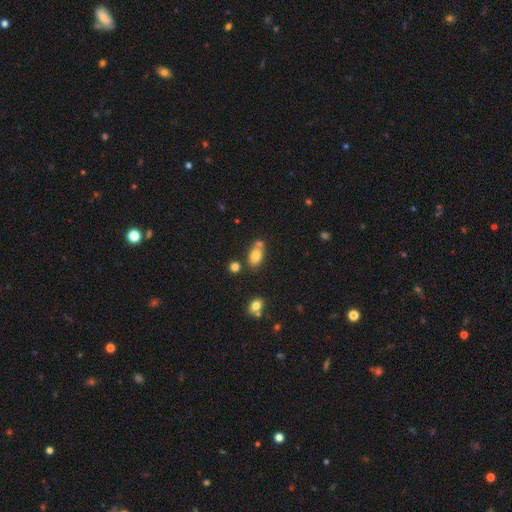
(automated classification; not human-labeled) This appears to be a smooth galaxy with no disk features (78%) that is in between round and cigar-shaped (79%). Merging: none (55%).